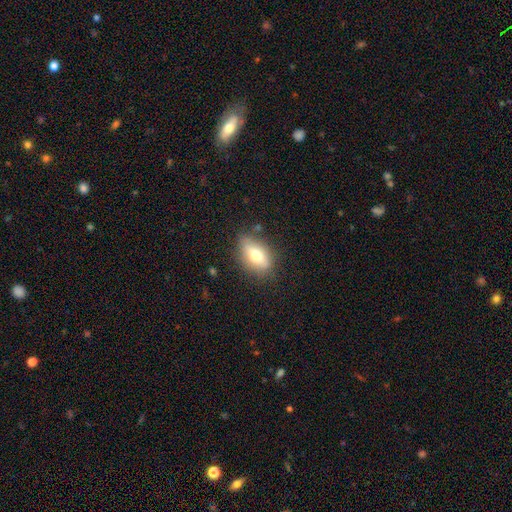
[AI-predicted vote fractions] smooth 62%, featured or disk 29%, star or artifact 8%. Down the decision tree: how rounded — in between (83%); merging — none (76%).